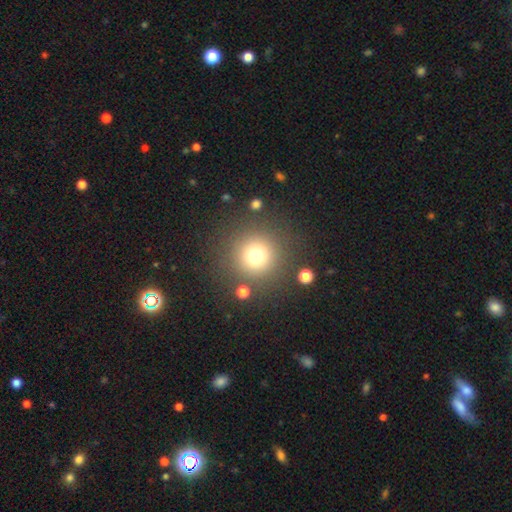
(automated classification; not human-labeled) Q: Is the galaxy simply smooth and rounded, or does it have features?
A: smooth — 73%.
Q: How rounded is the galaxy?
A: round — 95%.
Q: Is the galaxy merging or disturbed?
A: none — 85%.